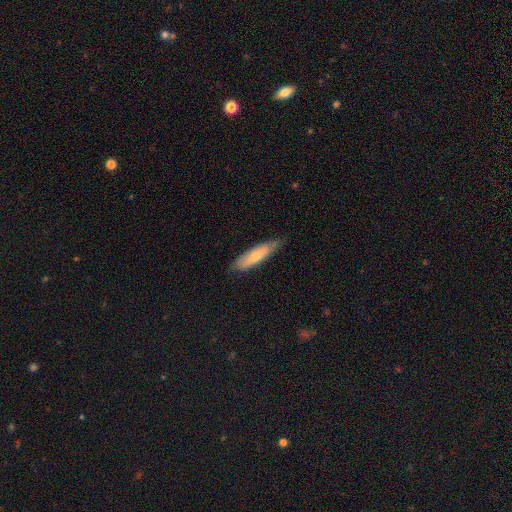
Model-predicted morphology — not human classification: Overall: smooth (60%; featured or disk 35%). How rounded: cigar-shaped (69%; in between 29%). Merging: none (77%).